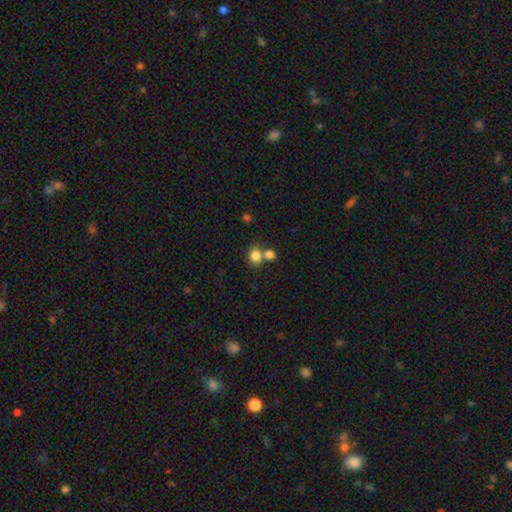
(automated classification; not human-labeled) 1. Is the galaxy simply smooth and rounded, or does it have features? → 82% smooth, 11% star or artifact, 8% featured or disk.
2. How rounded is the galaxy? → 59% round, 40% in between, 1% cigar-shaped.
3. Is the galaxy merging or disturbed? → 46% none, 40% merger, 10% minor disturbance, 4% major disturbance.